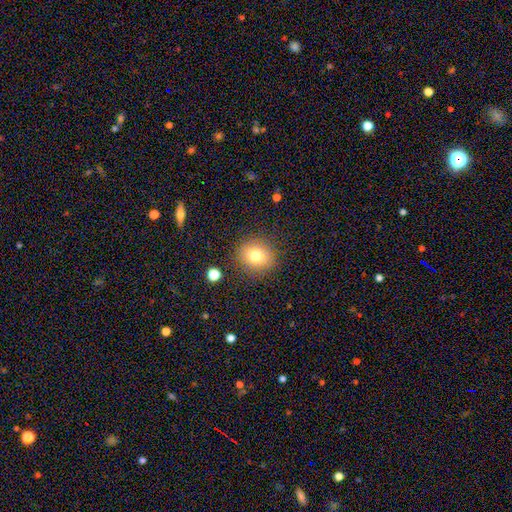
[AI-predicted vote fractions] smooth-or-featured: smooth: 76% | star or artifact: 13% | featured or disk: 11%
  how-rounded: round: 84% | in between: 16% | cigar-shaped: 1%
  merging: none: 87% | minor disturbance: 8% | major disturbance: 3% | merger: 2%